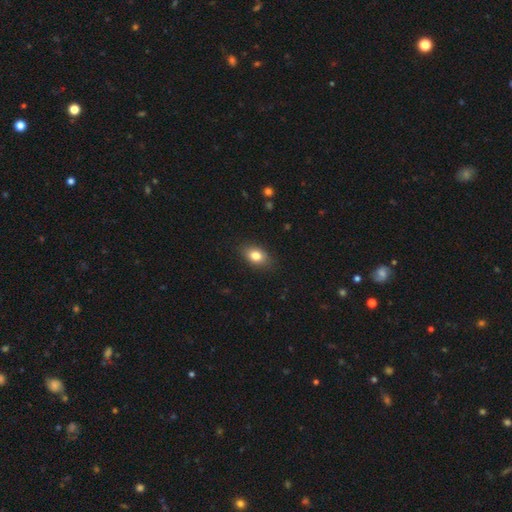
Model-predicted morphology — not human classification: type=smooth (81%); roundness=in between (81%); merging=none (86%).